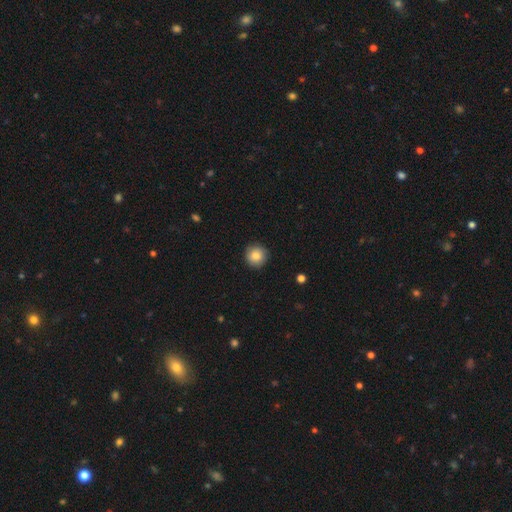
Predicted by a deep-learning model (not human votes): Smooth or featured?
  - smooth: 85% *
  - star or artifact: 9%
  - featured or disk: 6%
How rounded?
  - round: 95% *
  - in between: 4%
  - cigar-shaped: 1%
Merging?
  - none: 91% *
  - minor disturbance: 7%
  - major disturbance: 2%
  - merger: 1%